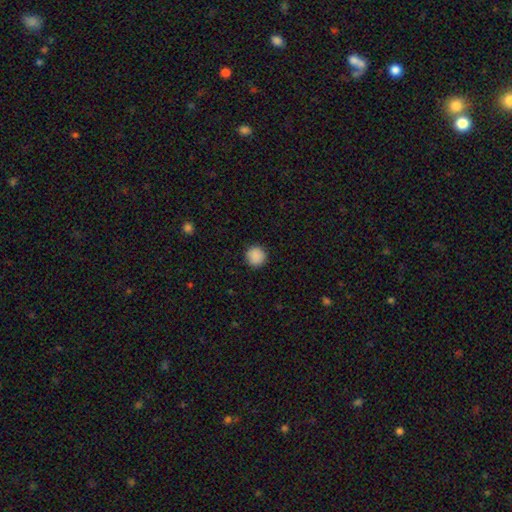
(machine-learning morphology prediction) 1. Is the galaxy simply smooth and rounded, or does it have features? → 89% smooth, 8% star or artifact, 2% featured or disk.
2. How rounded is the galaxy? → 95% round, 4% in between, 1% cigar-shaped.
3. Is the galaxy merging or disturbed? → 92% none, 5% minor disturbance, 2% major disturbance, 1% merger.